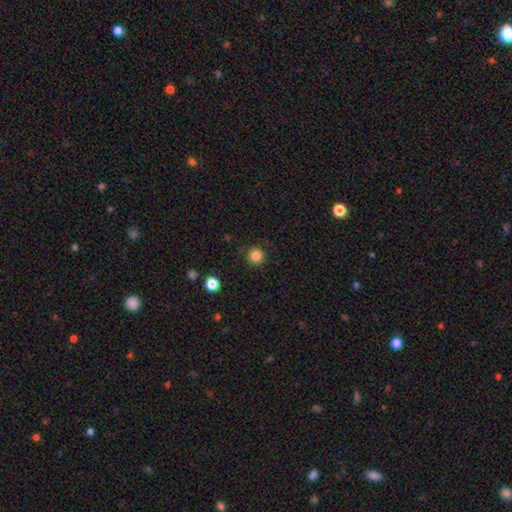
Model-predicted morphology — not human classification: Smooth or featured?
  - smooth: 84% *
  - star or artifact: 12%
  - featured or disk: 4%
How rounded?
  - round: 95% *
  - in between: 4%
  - cigar-shaped: 1%
Merging?
  - none: 89% *
  - minor disturbance: 8%
  - major disturbance: 2%
  - merger: 1%